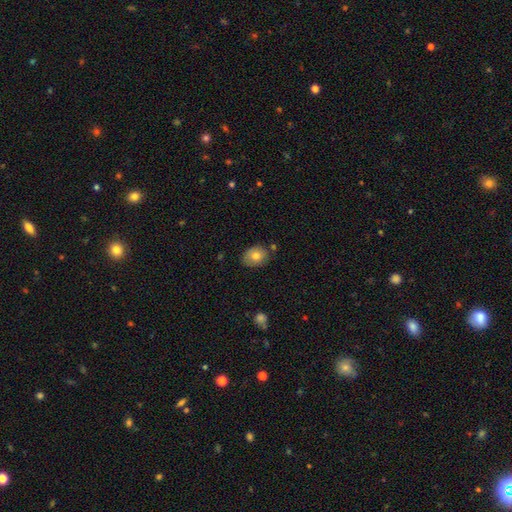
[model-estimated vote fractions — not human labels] The model was most divided on "how rounded": in between: 56%, round: 43%, cigar-shaped: 1%. More confident: merging — none (77%); smooth or featured — smooth (75%).